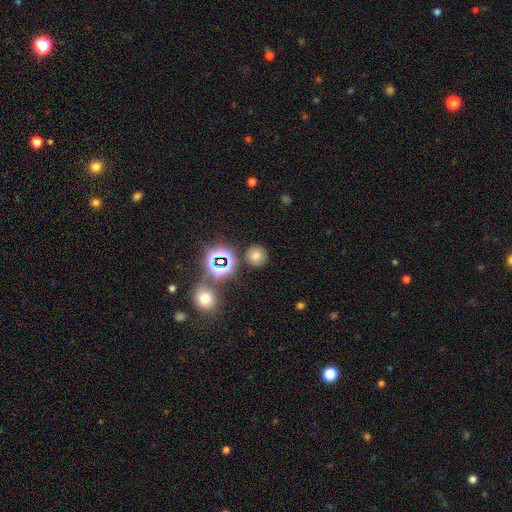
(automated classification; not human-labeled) Smooth or featured: smooth — 66% (star or artifact — 25%)
How rounded: round — 90% (in between — 9%)
Merging: none — 84% (minor disturbance — 9%)